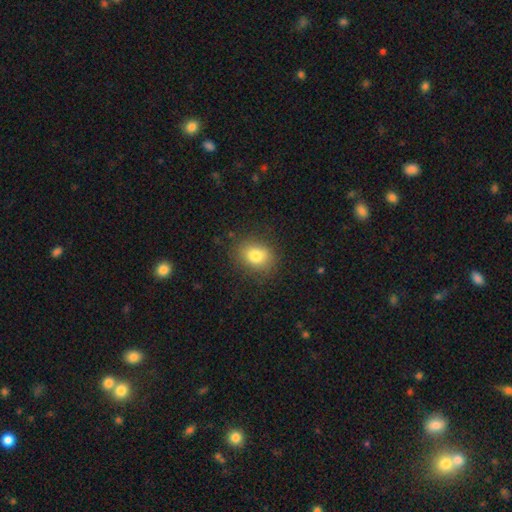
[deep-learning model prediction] smooth-or-featured: smooth: 80% | star or artifact: 10% | featured or disk: 9%
  how-rounded: round: 50% | in between: 49% | cigar-shaped: 1%
  merging: none: 83% | minor disturbance: 12% | major disturbance: 4% | merger: 1%